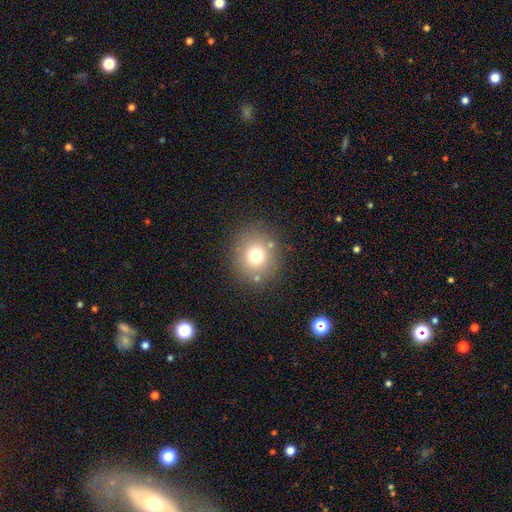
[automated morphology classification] Smooth or featured?
  - smooth: 73% *
  - star or artifact: 14%
  - featured or disk: 12%
How rounded?
  - round: 84% *
  - in between: 15%
  - cigar-shaped: 1%
Merging?
  - none: 83% *
  - minor disturbance: 9%
  - merger: 4%
  - major disturbance: 4%